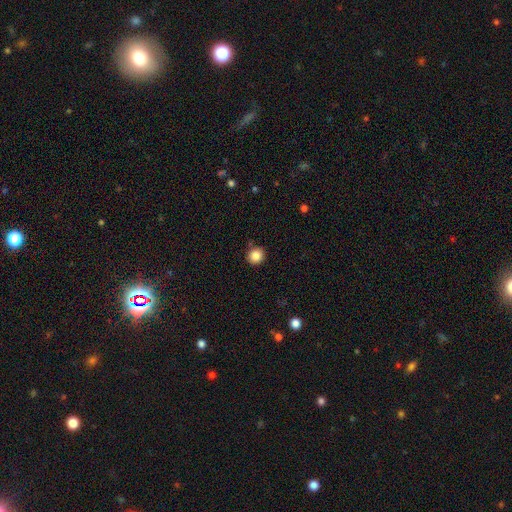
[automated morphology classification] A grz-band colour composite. It shows a smooth galaxy with no disk features (85%) that is round (90%). Merging: none (87%).